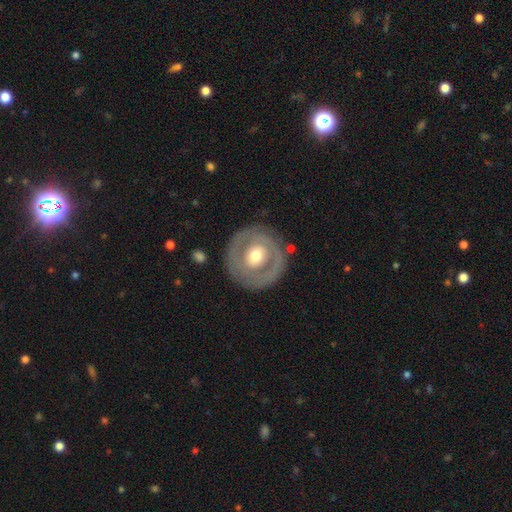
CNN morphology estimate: Overall: featured or disk (62%; smooth 33%). Edge-on disk: no (96%). Bar: no (69%). Spiral arms: no (68%; yes 32%). Bulge size: moderate (71%). Merging: none (81%).